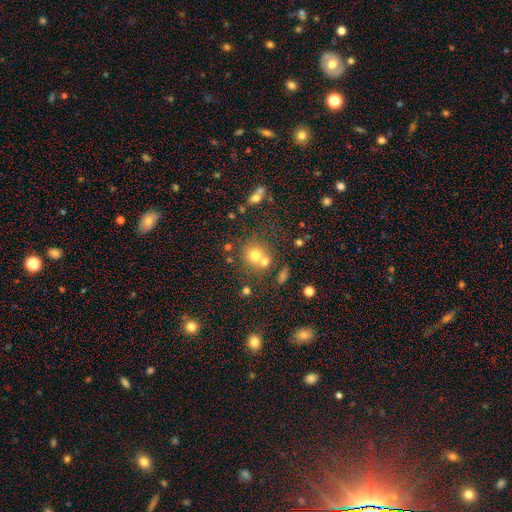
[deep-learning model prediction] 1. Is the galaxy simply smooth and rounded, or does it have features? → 70% smooth, 15% featured or disk, 15% star or artifact.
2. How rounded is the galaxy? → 85% round, 14% in between, 1% cigar-shaped.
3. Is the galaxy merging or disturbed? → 51% none, 33% merger, 10% minor disturbance, 5% major disturbance.